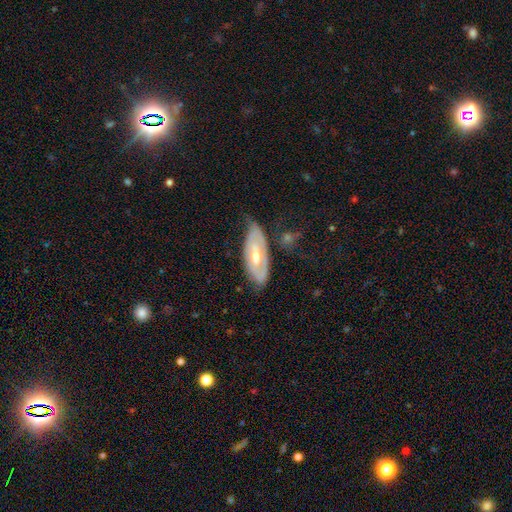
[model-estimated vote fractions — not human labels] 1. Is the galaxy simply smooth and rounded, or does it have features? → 66% featured or disk, 28% smooth, 6% star or artifact.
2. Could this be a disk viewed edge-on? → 83% no, 17% yes.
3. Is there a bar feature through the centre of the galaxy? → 51% no, 34% weak, 14% strong.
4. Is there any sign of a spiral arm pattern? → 55% yes, 45% no.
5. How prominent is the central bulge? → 67% moderate, 27% small, 4% large, 1% none, 1% dominant.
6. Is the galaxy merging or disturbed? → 58% none, 29% minor disturbance, 9% major disturbance, 4% merger.